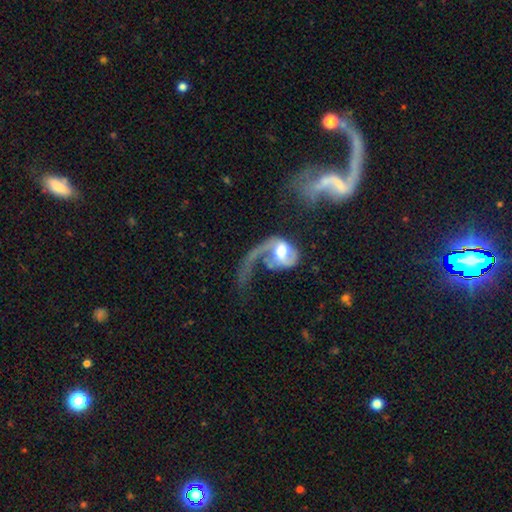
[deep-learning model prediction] smooth-or-featured: featured or disk: 75% | smooth: 16% | star or artifact: 8%
  disk-edge-on: no: 95% | yes: 5%
    bar: no: 61% | weak: 26% | strong: 13%
    has-spiral-arms: yes: 79% | no: 21%
      spiral-winding: loose: 75% | medium: 19% | tight: 6%
      spiral-arm-count: 1: 49% | 2: 42% | can't tell: 5% | 3: 2% | 4: 1% | more than 4: 1%
    bulge-size: moderate: 55% | small: 20% | large: 16% | none: 6% | dominant: 3%
  merging: major disturbance: 42% | merger: 29% | none: 18% | minor disturbance: 11%